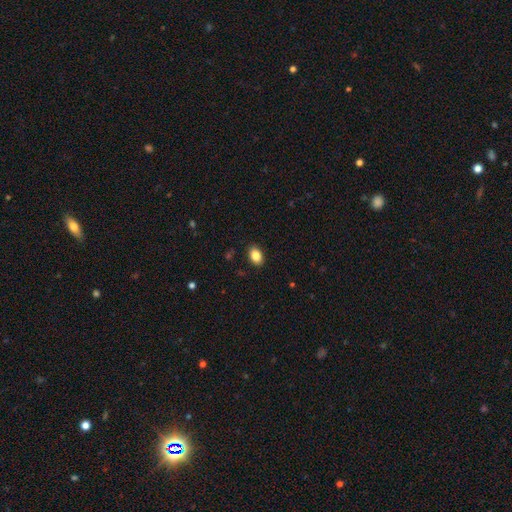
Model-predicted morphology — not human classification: Smooth or featured: smooth — 87% (star or artifact — 8%)
How rounded: in between — 85% (round — 14%)
Merging: none — 89% (minor disturbance — 8%)